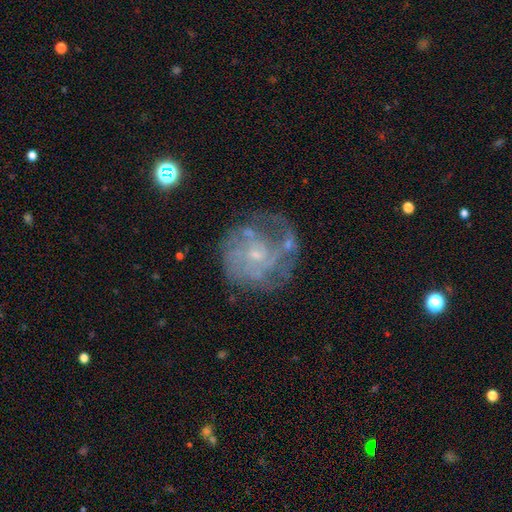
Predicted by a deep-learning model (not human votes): smooth_or_featured: featured or disk (p=0.75) [alt: smooth p=0.16]
disk_edge_on: no (p=0.98) [alt: yes p=0.02]
bar: no (p=0.72) [alt: weak p=0.24]
has_spiral_arms: yes (p=0.76) [alt: no p=0.24]
spiral_winding: tight (p=0.50) [alt: medium p=0.34]
spiral_arm_count: can't tell (p=0.45) [alt: 2 p=0.18]
bulge_size: small (p=0.73) [alt: moderate p=0.15]
merging: none (p=0.55) [alt: major disturbance p=0.20]